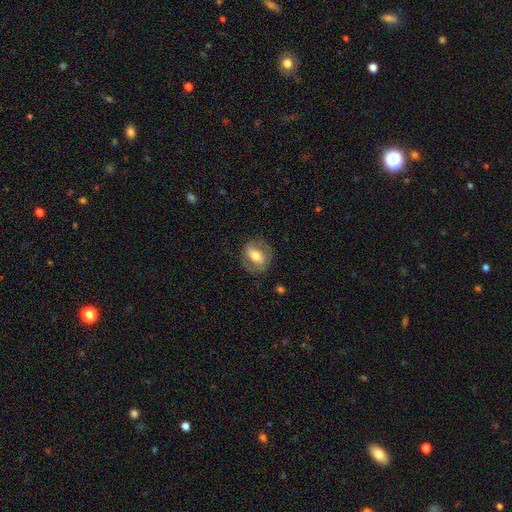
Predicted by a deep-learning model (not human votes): Smooth or featured: featured or disk — 54% (smooth — 39%)
Edge-on disk: no — 89% (yes — 11%)
Merging: none — 77% (minor disturbance — 14%)